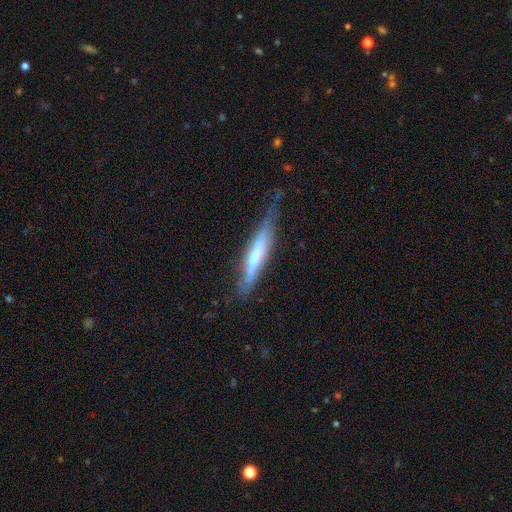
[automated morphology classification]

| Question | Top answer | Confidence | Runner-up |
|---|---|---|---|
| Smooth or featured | smooth | 47% | tied: featured or disk (47%) |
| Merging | none | 55% | minor disturbance (32%) |